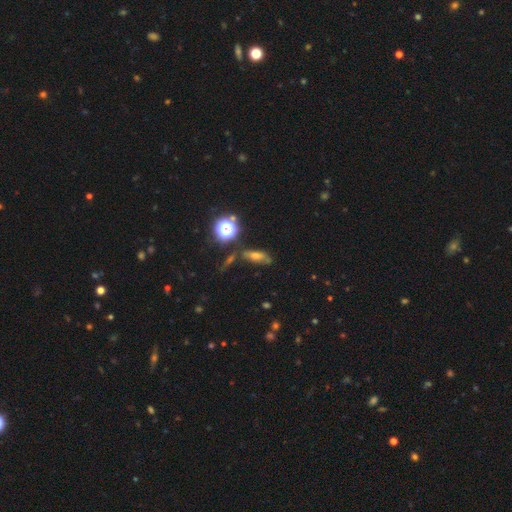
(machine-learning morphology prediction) Smooth or featured: smooth — 44% (star or artifact — 31%)
Merging: none — 67% (minor disturbance — 17%)